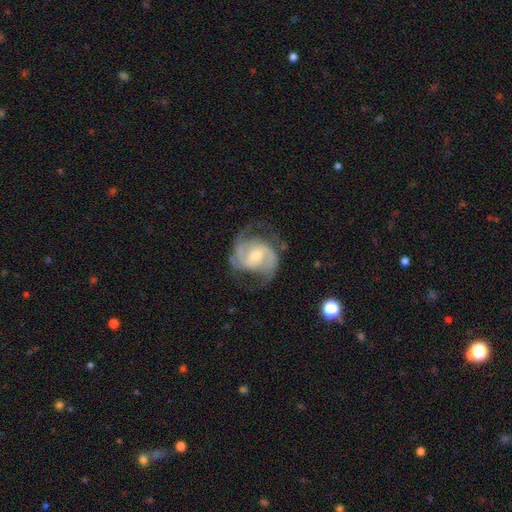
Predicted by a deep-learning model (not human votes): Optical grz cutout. It shows a featured or disk galaxy (89%) with a weak bar (50%), 2 (80%) medium (54%) spiral arms (97%) and a moderate central bulge (53%). Merging: none (68%).